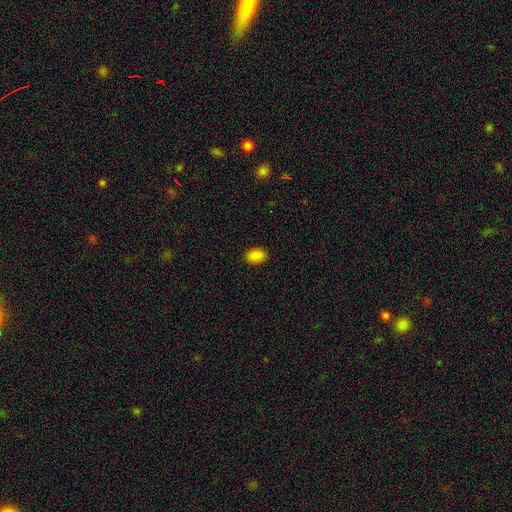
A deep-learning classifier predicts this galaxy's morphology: A smooth galaxy with no disk features (87%) that is in between round and cigar-shaped (84%). Merging: none (89%).